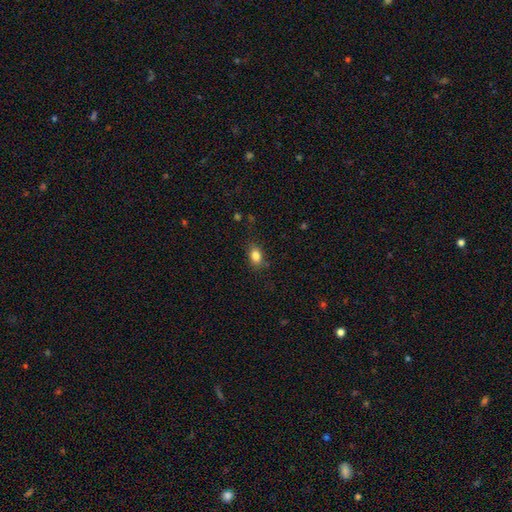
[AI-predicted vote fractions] Morphology: type=smooth (84%); roundness=in between (77%); merging=none (81%).